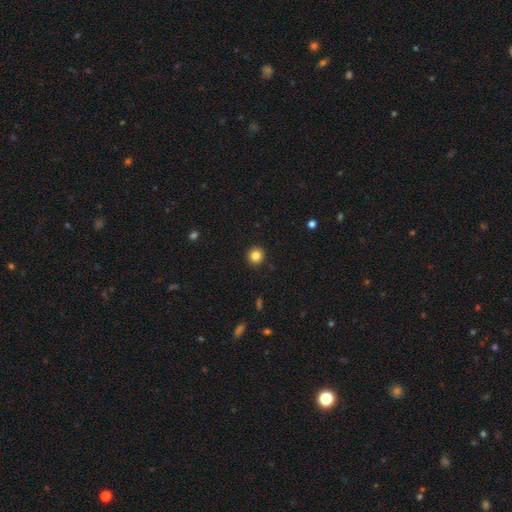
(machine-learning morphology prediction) Overall: smooth (84%). How rounded: round (92%). Merging: none (93%).